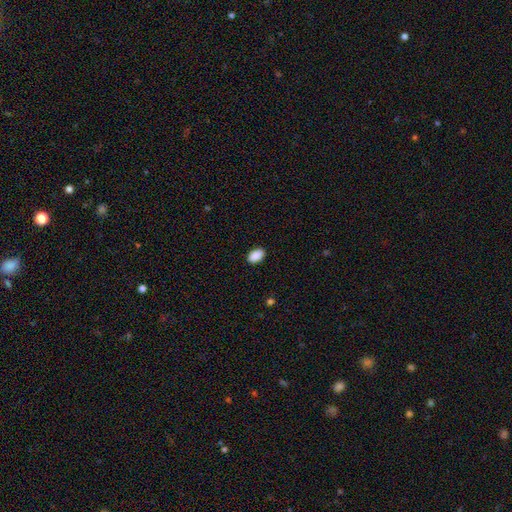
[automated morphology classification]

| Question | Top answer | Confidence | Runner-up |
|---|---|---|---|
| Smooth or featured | smooth | 90% | star or artifact (7%) |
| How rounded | in between | 91% | round (7%) |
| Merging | none | 88% | minor disturbance (9%) |